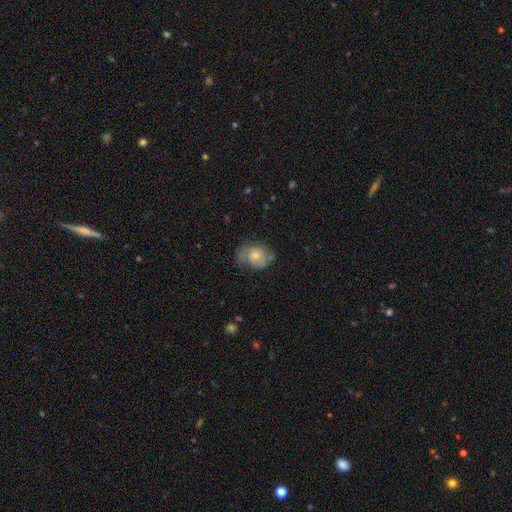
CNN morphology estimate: The model was most divided on "how rounded": in between: 51%, round: 48%, cigar-shaped: 1%. Remaining: smooth or featured — smooth (58%); merging — none (48%).